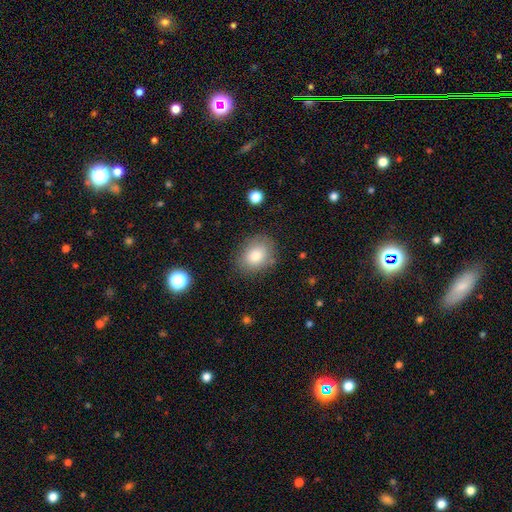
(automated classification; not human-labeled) smooth 81%, featured or disk 10%, star or artifact 9%. Down the decision tree: how rounded — in between (57%); merging — none (81%).